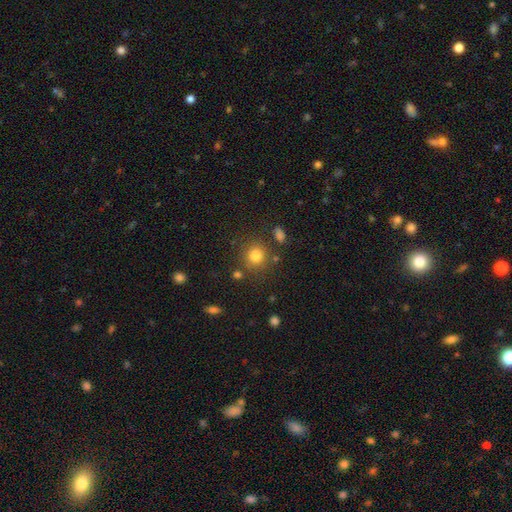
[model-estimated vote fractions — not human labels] This is clearly a smooth galaxy (80%). How rounded: clearly round (87%). Merging: clearly none (81%).